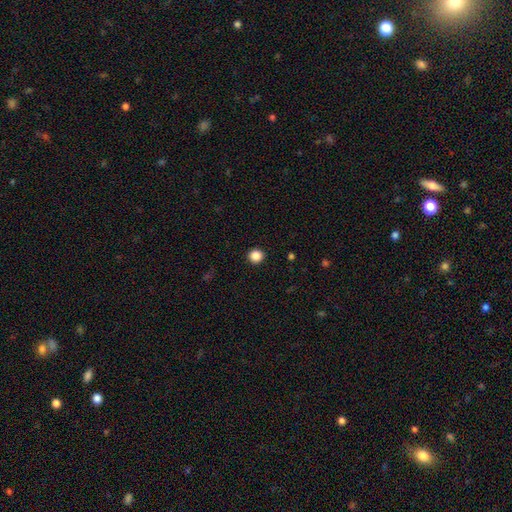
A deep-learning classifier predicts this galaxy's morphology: smooth-or-featured: smooth: 86% | star or artifact: 11% | featured or disk: 3%
  how-rounded: round: 94% | in between: 5% | cigar-shaped: 1%
  merging: none: 93% | minor disturbance: 5% | major disturbance: 2% | merger: 1%